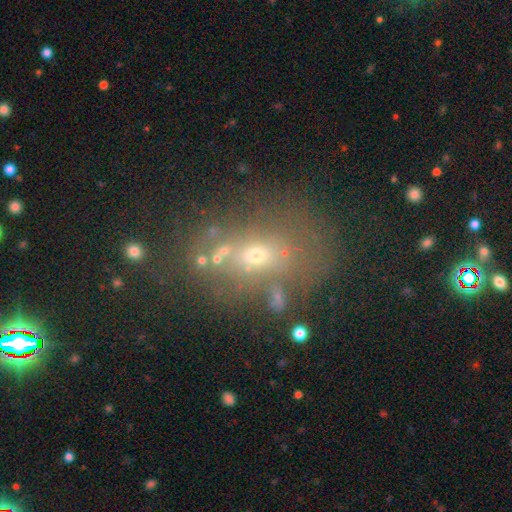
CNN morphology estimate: Smooth or featured?
  - smooth: 51% *
  - featured or disk: 26%
  - star or artifact: 23%
How rounded?
  - in between: 65% *
  - round: 31%
  - cigar-shaped: 3%
Merging?
  - none: 56% *
  - minor disturbance: 20%
  - major disturbance: 14%
  - merger: 10%